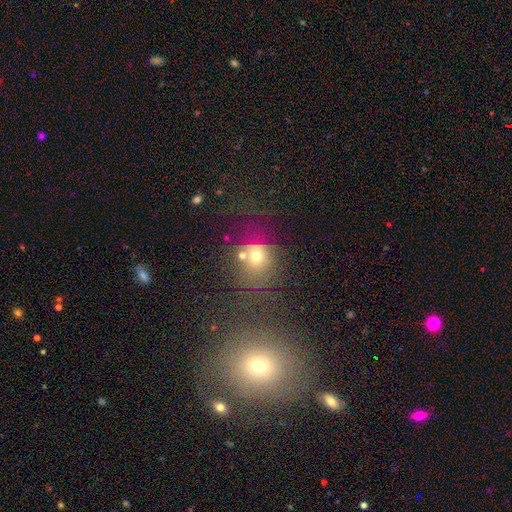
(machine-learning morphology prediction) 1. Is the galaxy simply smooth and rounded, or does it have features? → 63% smooth, 20% star or artifact, 17% featured or disk.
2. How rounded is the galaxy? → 76% round, 23% in between, 1% cigar-shaped.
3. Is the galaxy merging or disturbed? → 44% none, 28% merger, 14% minor disturbance, 14% major disturbance.